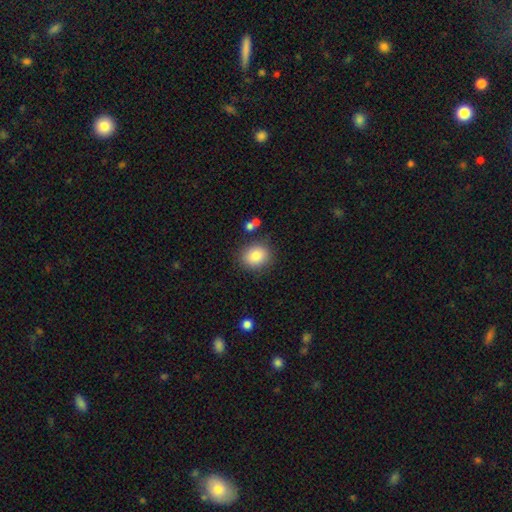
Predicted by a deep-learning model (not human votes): smooth_or_featured: smooth (p=0.84) [alt: star or artifact p=0.09]
how_rounded: round (p=0.66) [alt: in between p=0.33]
merging: none (p=0.82) [alt: minor disturbance p=0.11]